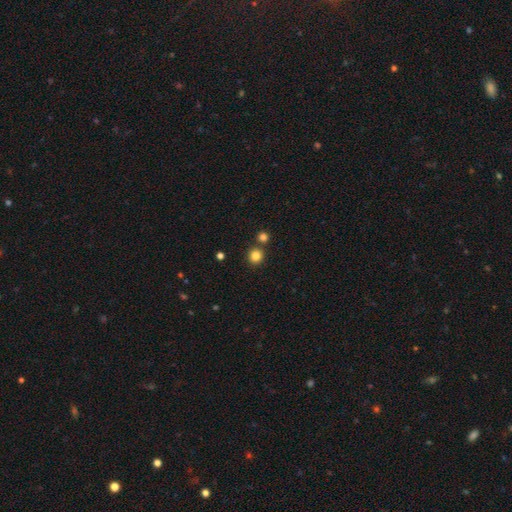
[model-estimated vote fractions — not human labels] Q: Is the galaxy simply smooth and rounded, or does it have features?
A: smooth — 83%.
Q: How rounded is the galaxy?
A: round — 90%.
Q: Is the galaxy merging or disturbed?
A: none — 79%.